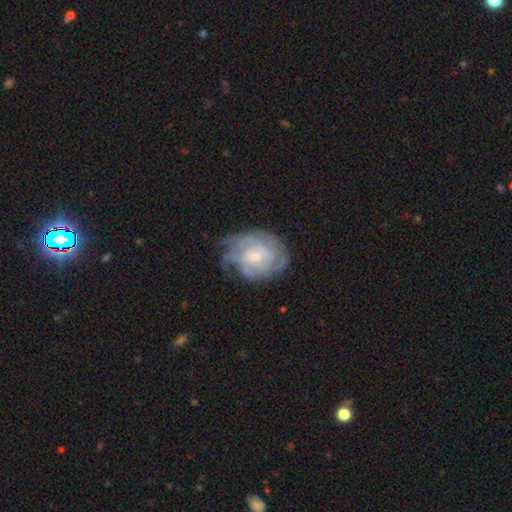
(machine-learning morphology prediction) Smooth or featured? Predicted: featured or disk (p=0.80). Edge-on disk? Predicted: no (p=0.97). Bar? Predicted: no (p=0.49). Spiral arms? Predicted: yes (p=0.91). Spiral winding? Predicted: tight (p=0.58). Spiral arm count? Predicted: can't tell (p=0.37). Bulge size? Predicted: small (p=0.60). Merging? Predicted: none (p=0.63).